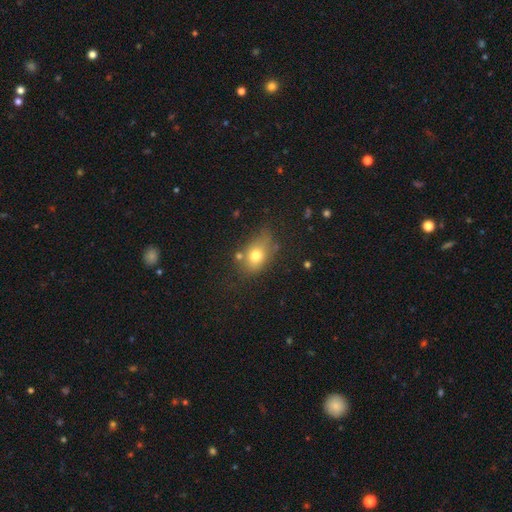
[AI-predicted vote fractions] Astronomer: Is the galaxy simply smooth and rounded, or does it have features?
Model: smooth — 74%.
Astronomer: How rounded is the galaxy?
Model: in between — 73%.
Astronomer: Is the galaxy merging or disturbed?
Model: none — 60%.